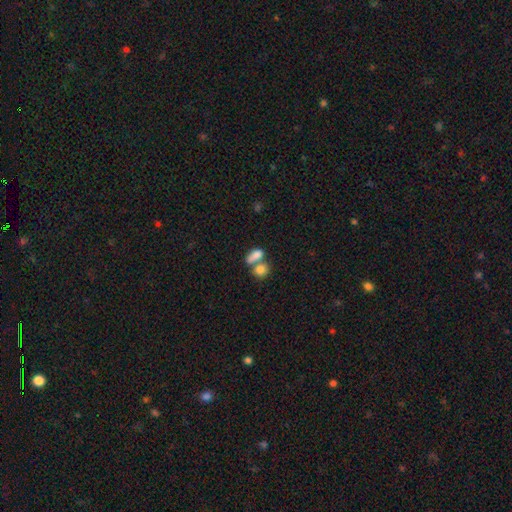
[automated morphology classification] This appears to be a smooth galaxy with no disk features (81%) that is in between round and cigar-shaped (74%). Merging: merger (55%).